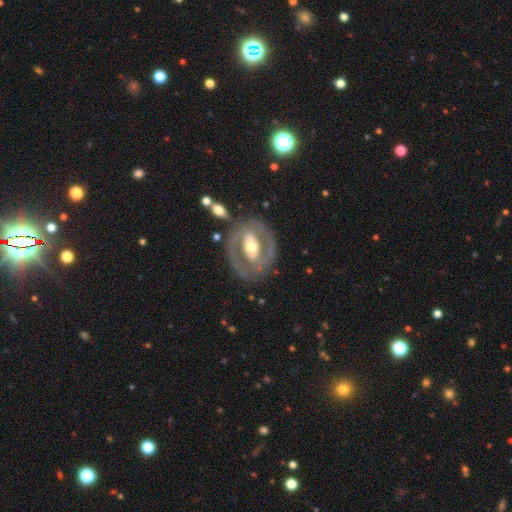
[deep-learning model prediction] This is likely a featured or disk galaxy (80%). It is clearly not viewed edge-on (94%). Bar: possibly strong (46%). Spiral arm pattern: likely yes (62%). Central bulge: likely moderate (64%). Merging: likely none (73%).